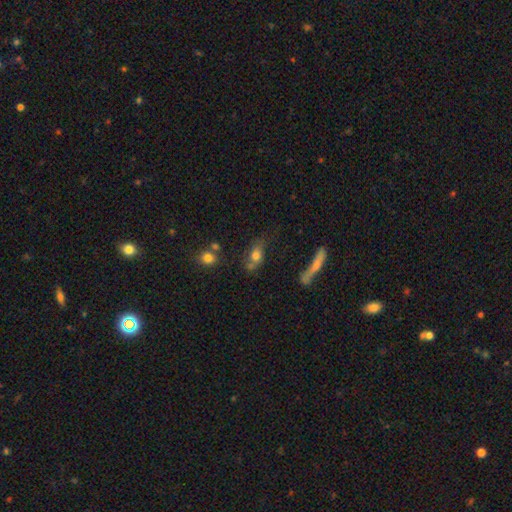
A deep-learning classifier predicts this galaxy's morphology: smooth-or-featured: smooth: 68% | featured or disk: 20% | star or artifact: 12%
  how-rounded: in between: 66% | round: 23% | cigar-shaped: 11%
  merging: none: 49% | minor disturbance: 20% | merger: 20% | major disturbance: 11%